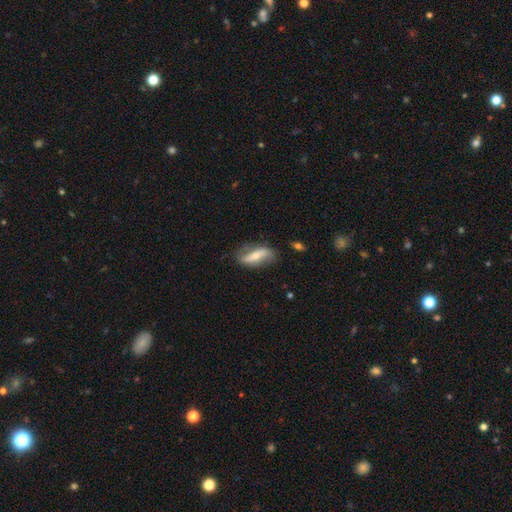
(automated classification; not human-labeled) A featured or disk galaxy (61%).

Vote fractions:
- Smooth or featured? featured or disk: 61% / smooth: 33% / star or artifact: 6%
- Edge-on disk? no: 79% / yes: 21%
- Merging? none: 72% / minor disturbance: 19% / major disturbance: 7% / merger: 2%